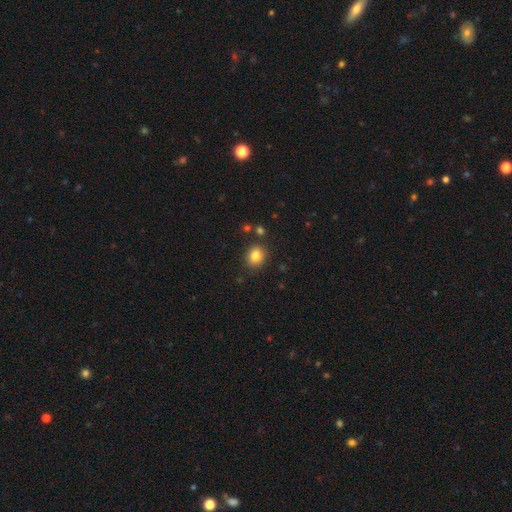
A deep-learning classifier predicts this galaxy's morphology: This appears to be a smooth galaxy with no disk features (82%) that is round (71%). Merging: none (85%).